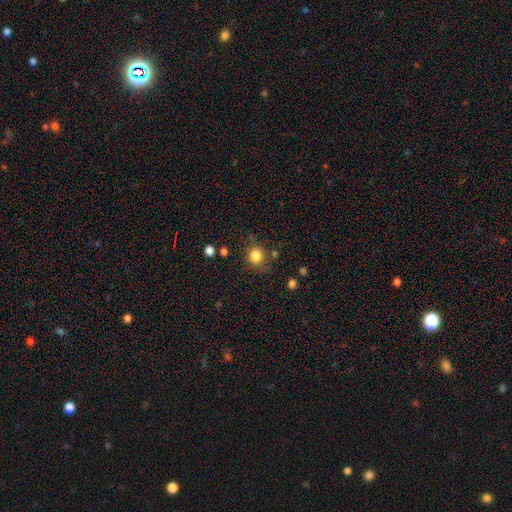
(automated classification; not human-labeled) smooth 84%, star or artifact 11%, featured or disk 6%. Down the decision tree: how rounded — round (84%); merging — none (76%).